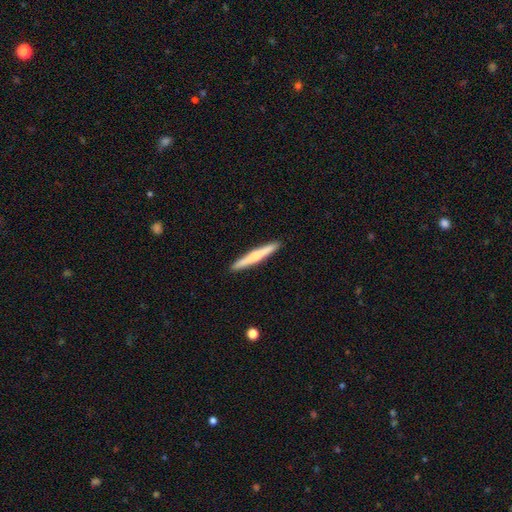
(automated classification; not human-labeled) smooth-or-featured: smooth: 56% | featured or disk: 39% | star or artifact: 5%
  how-rounded: cigar-shaped: 96% | in between: 3% | round: 1%
  merging: none: 92% | minor disturbance: 5% | major disturbance: 1% | merger: 1%